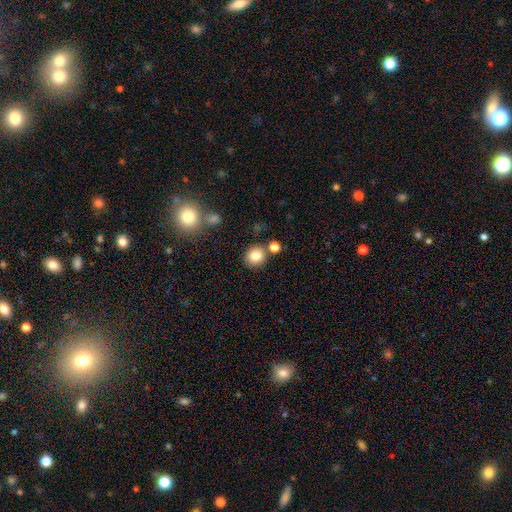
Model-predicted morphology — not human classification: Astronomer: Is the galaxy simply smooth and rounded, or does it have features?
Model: smooth — 82%.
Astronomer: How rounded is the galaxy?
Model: round — 81%.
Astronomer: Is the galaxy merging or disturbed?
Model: none — 78%.